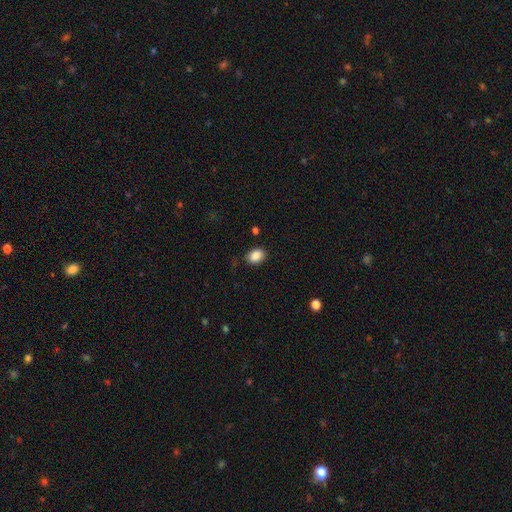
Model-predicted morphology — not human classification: Smooth or featured: smooth — 88% (star or artifact — 8%)
How rounded: in between — 71% (round — 28%)
Merging: none — 83% (minor disturbance — 13%)